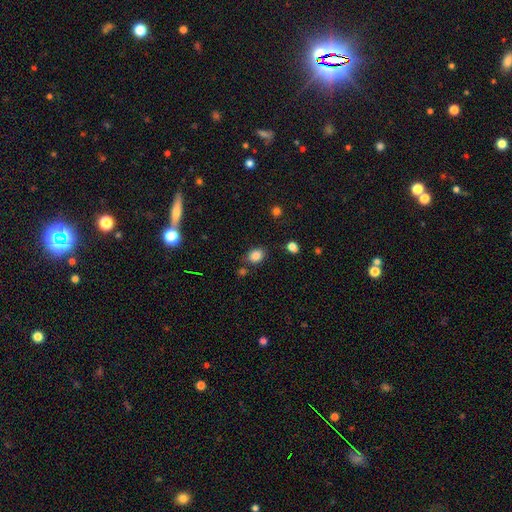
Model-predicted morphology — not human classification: This is clearly a smooth galaxy (84%). How rounded: possibly in between (59%). Merging: likely none (75%).